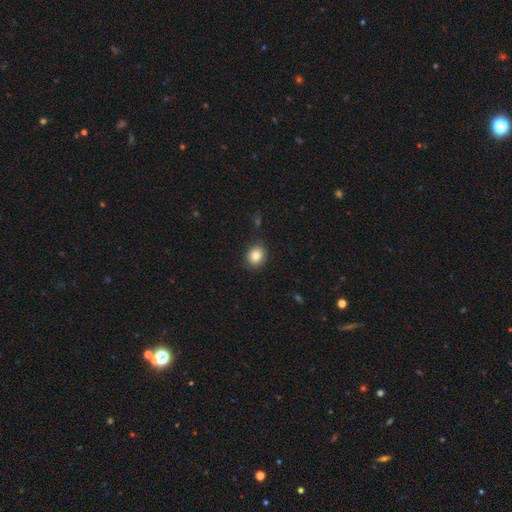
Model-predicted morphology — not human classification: The model was most divided on "how rounded": round: 70%, in between: 30%, cigar-shaped: 1%. More confident: merging — none (85%); smooth or featured — smooth (83%).